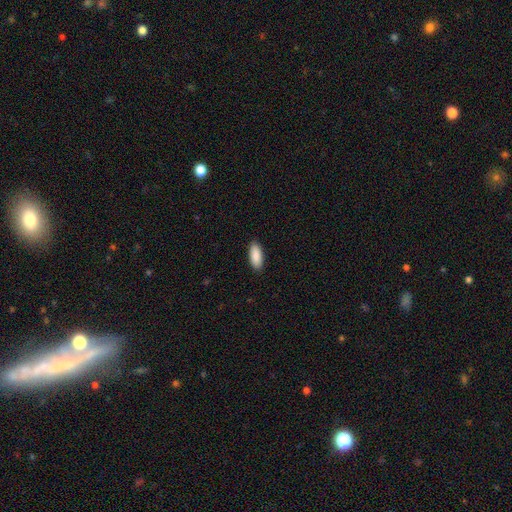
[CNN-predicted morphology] This appears to be a smooth galaxy with no disk features (90%) that is in between round and cigar-shaped (80%). Merging: none (90%).